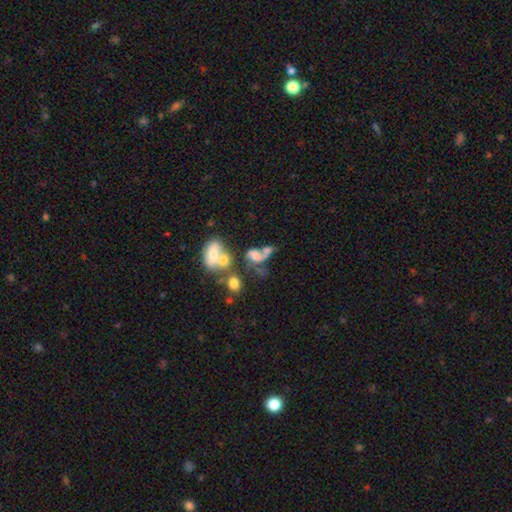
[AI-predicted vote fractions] This appears to be a smooth galaxy with no disk features (43%). Merging: merger (49%).